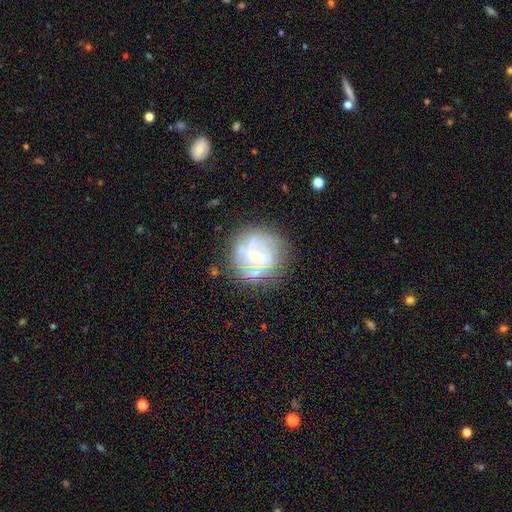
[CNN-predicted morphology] smooth_or_featured: featured or disk (p=0.65) [alt: smooth p=0.24]
disk_edge_on: no (p=0.97) [alt: yes p=0.03]
bar: no (p=0.68) [alt: weak p=0.25]
has_spiral_arms: yes (p=0.63) [alt: no p=0.37]
bulge_size: small (p=0.68) [alt: moderate p=0.20]
merging: none (p=0.69) [alt: minor disturbance p=0.17]